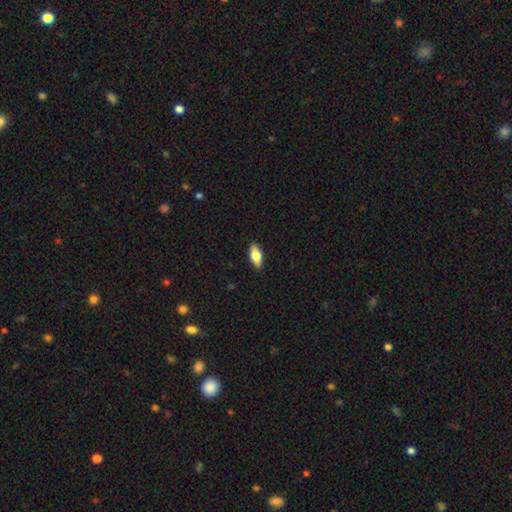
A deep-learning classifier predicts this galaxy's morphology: A smooth galaxy with no disk features (71%) that is in between round and cigar-shaped (83%).

Vote fractions:
- Smooth or featured? smooth: 71% / featured or disk: 23% / star or artifact: 7%
- How rounded? in between: 83% / cigar-shaped: 14% / round: 3%
- Merging? none: 89% / minor disturbance: 8% / major disturbance: 2% / merger: 1%